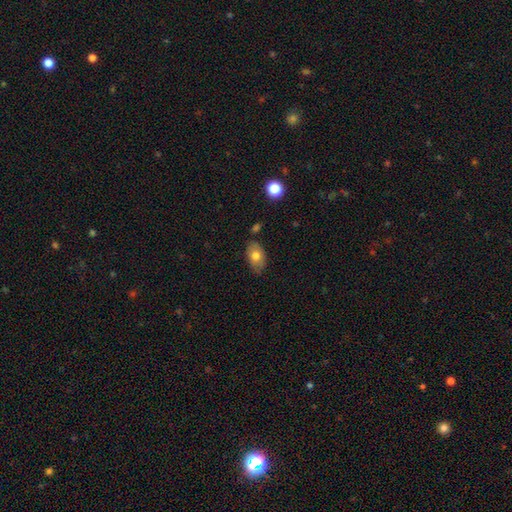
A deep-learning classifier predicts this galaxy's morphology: Smooth or featured? Predicted: smooth (p=0.75). How rounded? Predicted: in between (p=0.89). Merging? Predicted: none (p=0.75).